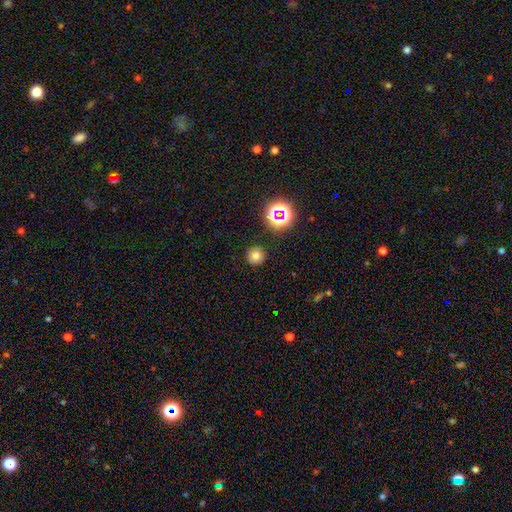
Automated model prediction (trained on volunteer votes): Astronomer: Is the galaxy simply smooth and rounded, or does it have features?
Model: smooth — 73%.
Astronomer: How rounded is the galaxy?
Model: round — 95%.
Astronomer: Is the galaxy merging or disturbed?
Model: none — 90%.